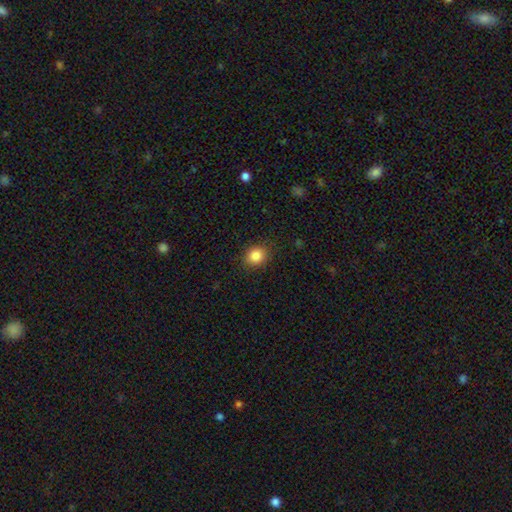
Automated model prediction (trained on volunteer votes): Q: Smooth or featured?
A: smooth (86%); runner-up: star or artifact (10%)
Q: How rounded?
A: round (69%); runner-up: in between (30%)
Q: Merging?
A: none (88%); runner-up: minor disturbance (8%)